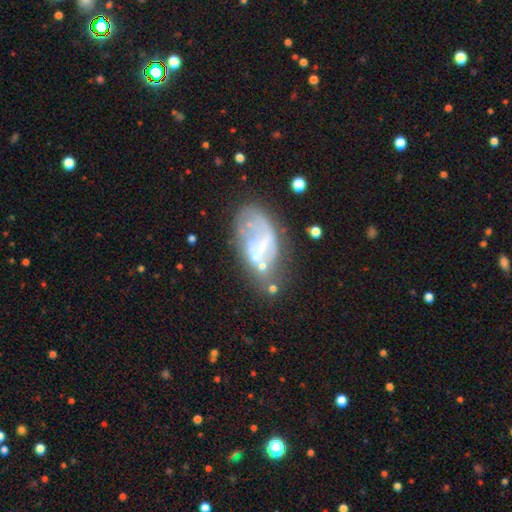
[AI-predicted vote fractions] Smooth or featured? Predicted: featured or disk (p=0.59). Edge-on disk? Predicted: no (p=0.94). Bar? Predicted: no (p=0.59). Spiral arms? Predicted: no (p=0.79). Bulge size? Predicted: none (p=0.58). Merging? Predicted: none (p=0.34).